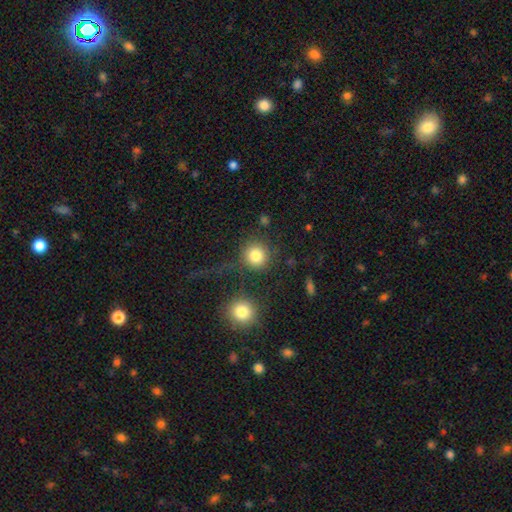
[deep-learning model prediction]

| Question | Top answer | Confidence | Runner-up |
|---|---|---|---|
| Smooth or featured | smooth | 83% | star or artifact (10%) |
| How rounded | round | 92% | in between (7%) |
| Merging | none | 76% | merger (9%) |